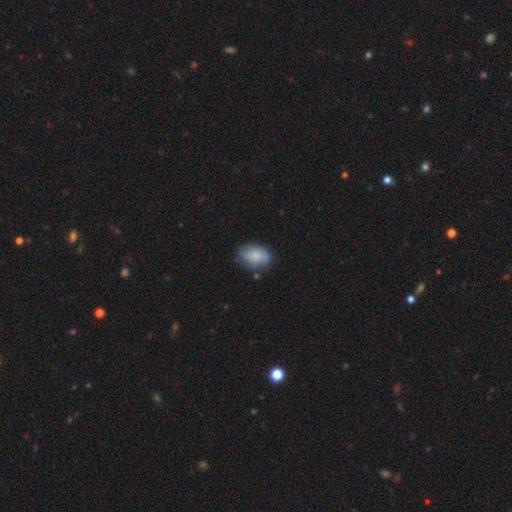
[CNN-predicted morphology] A smooth galaxy with no disk features (78%) that is in between round and cigar-shaped (80%).

Vote fractions:
- Smooth or featured? smooth: 78% / featured or disk: 15% / star or artifact: 7%
- How rounded? in between: 80% / round: 19% / cigar-shaped: 1%
- Merging? none: 67% / minor disturbance: 24% / major disturbance: 6% / merger: 3%